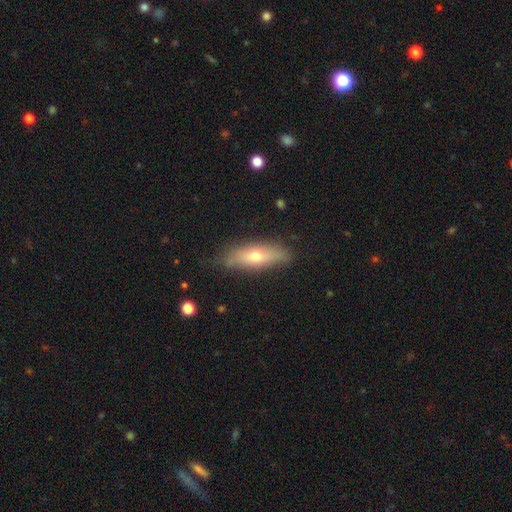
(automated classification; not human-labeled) Smooth or featured? Predicted: smooth (p=0.50). How rounded? Predicted: cigar-shaped (p=0.52). Merging? Predicted: none (p=0.80).